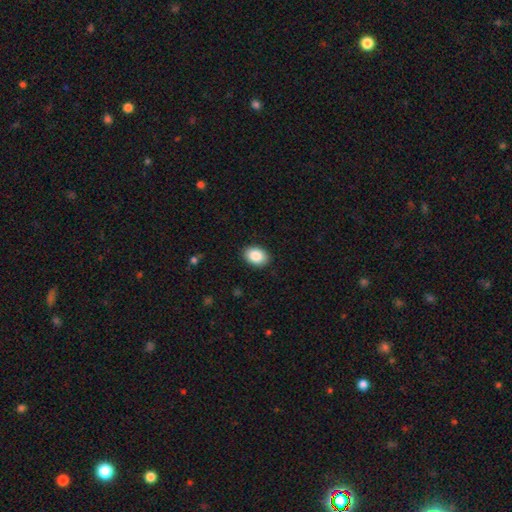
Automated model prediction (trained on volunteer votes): Smooth or featured: smooth — 88% (star or artifact — 7%)
How rounded: in between — 78% (round — 21%)
Merging: none — 90% (minor disturbance — 7%)